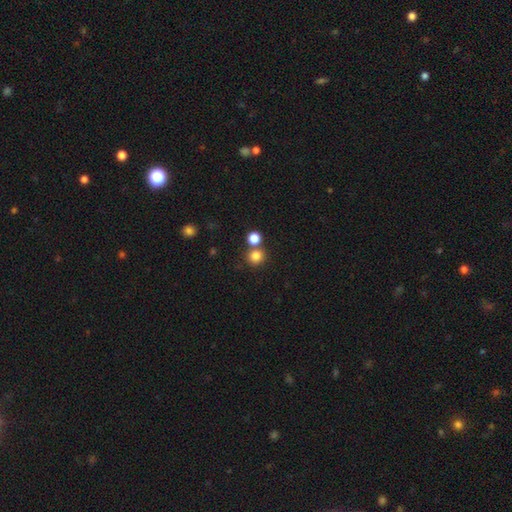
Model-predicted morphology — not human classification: Overall: smooth (81%). How rounded: round (89%). Merging: none (68%).